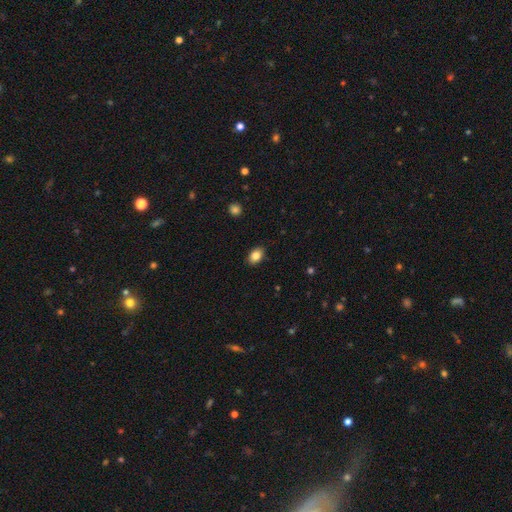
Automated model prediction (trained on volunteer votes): Morphology: type=smooth (85%); roundness=in between (84%); merging=none (88%).